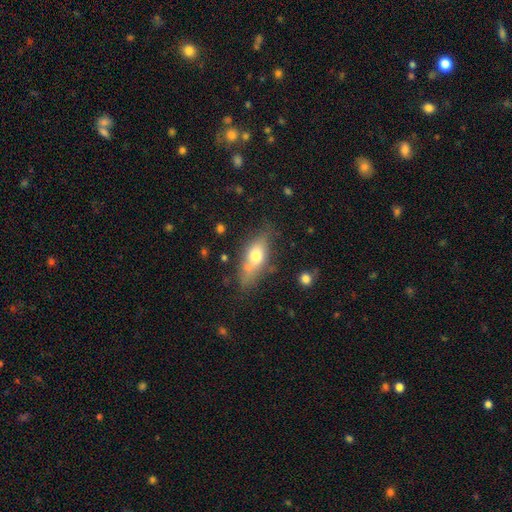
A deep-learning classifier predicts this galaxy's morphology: The model was most divided on "merging": none: 56%, minor disturbance: 23%, merger: 13%, major disturbance: 8%. More confident: how rounded — in between (72%); smooth or featured — smooth (63%).